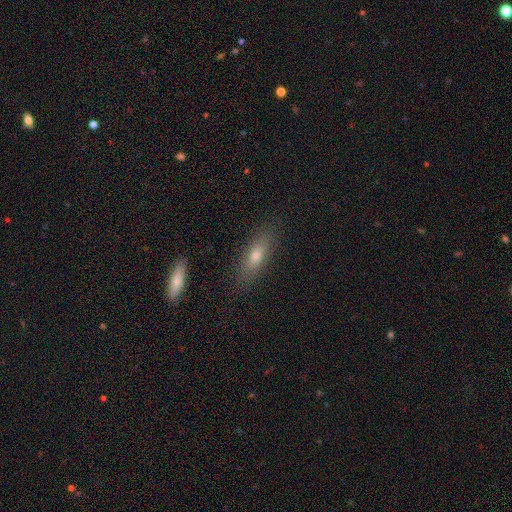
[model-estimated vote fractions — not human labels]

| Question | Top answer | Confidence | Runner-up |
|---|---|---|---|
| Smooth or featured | smooth | 70% | featured or disk (21%) |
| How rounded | in between | 52% | cigar-shaped (44%) |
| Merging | none | 84% | minor disturbance (11%) |